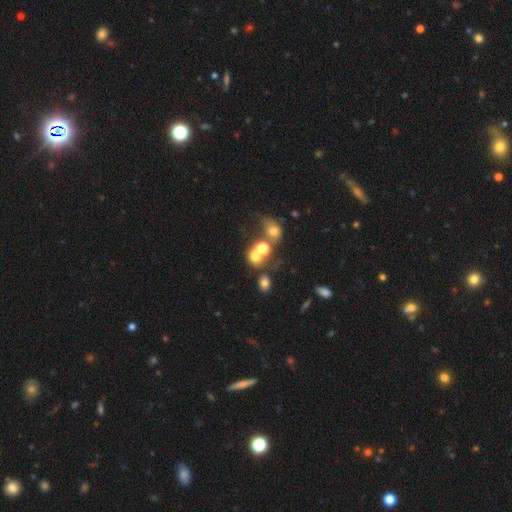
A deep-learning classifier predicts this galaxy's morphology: smooth_or_featured: smooth (p=0.65) [alt: star or artifact p=0.19]
how_rounded: round (p=0.64) [alt: in between p=0.35]
merging: merger (p=0.50) [alt: none p=0.31]